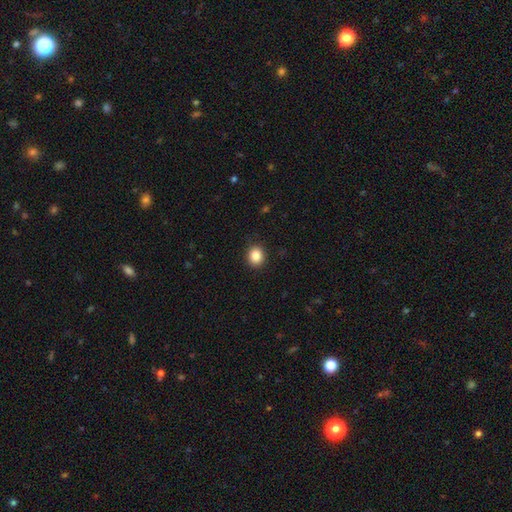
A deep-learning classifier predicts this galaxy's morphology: This is clearly a smooth galaxy (87%). How rounded: likely round (72%). Merging: clearly none (90%).